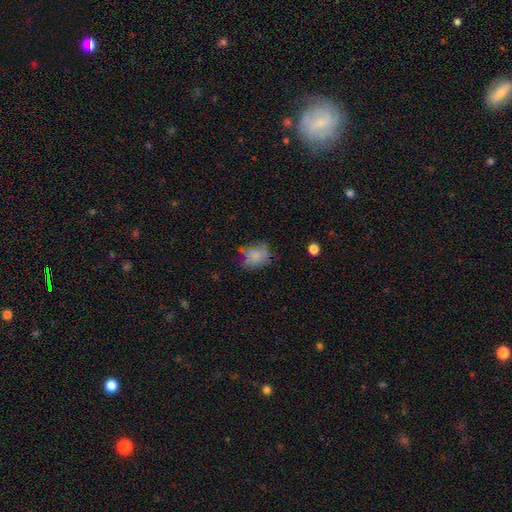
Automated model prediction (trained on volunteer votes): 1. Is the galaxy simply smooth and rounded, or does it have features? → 72% smooth, 17% featured or disk, 11% star or artifact.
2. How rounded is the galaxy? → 51% in between, 48% round, 1% cigar-shaped.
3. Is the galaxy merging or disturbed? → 48% none, 31% minor disturbance, 17% major disturbance, 3% merger.